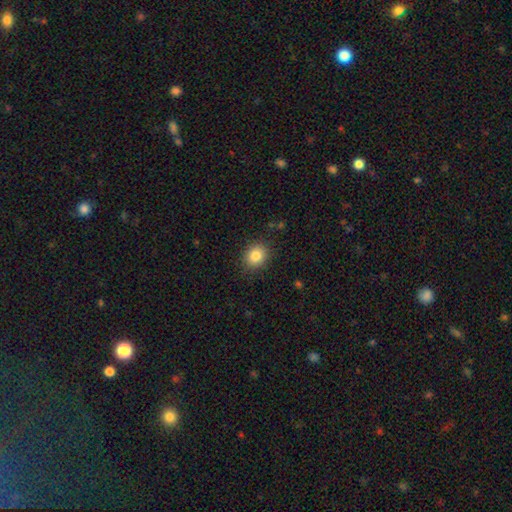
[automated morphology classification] A smooth galaxy with no disk features (83%) that is round (68%).

Vote fractions:
- Smooth or featured? smooth: 83% / star or artifact: 10% / featured or disk: 6%
- How rounded? round: 68% / in between: 31% / cigar-shaped: 1%
- Merging? none: 87% / minor disturbance: 9% / major disturbance: 3% / merger: 1%